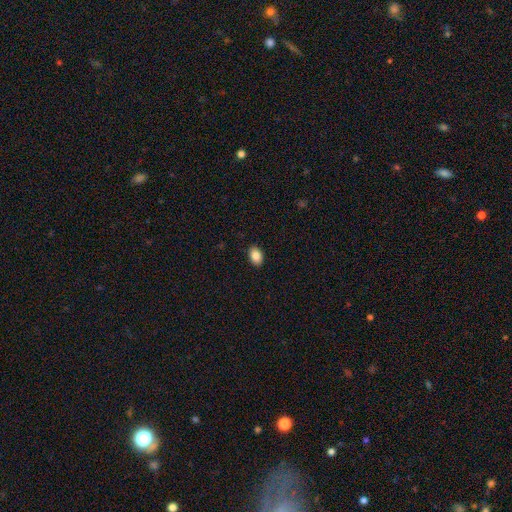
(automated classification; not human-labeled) smooth 87%, star or artifact 8%, featured or disk 5%. Down the decision tree: how rounded — in between (85%); merging — none (89%).